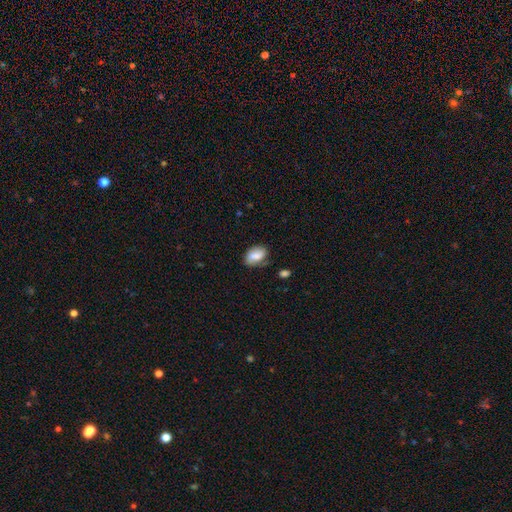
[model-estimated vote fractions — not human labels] A smooth galaxy with no disk features (75%) that is in between round and cigar-shaped (86%).

Vote fractions:
- Smooth or featured? smooth: 75% / featured or disk: 17% / star or artifact: 8%
- How rounded? in between: 86% / round: 12% / cigar-shaped: 2%
- Merging? none: 62% / minor disturbance: 26% / major disturbance: 8% / merger: 4%